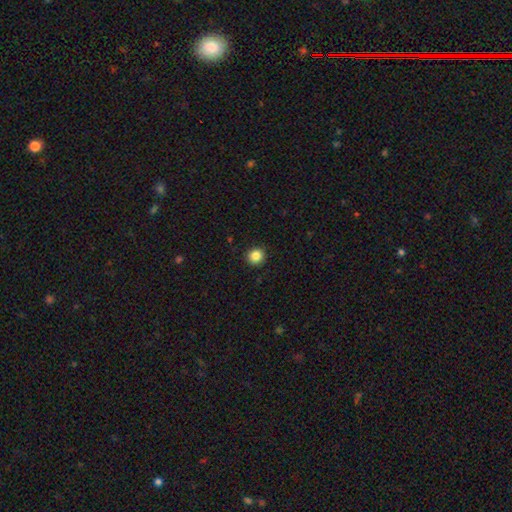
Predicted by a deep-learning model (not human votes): The model was most divided on "smooth or featured": smooth: 86%, star or artifact: 10%, featured or disk: 4%. More confident: how rounded — round (92%); merging — none (91%).